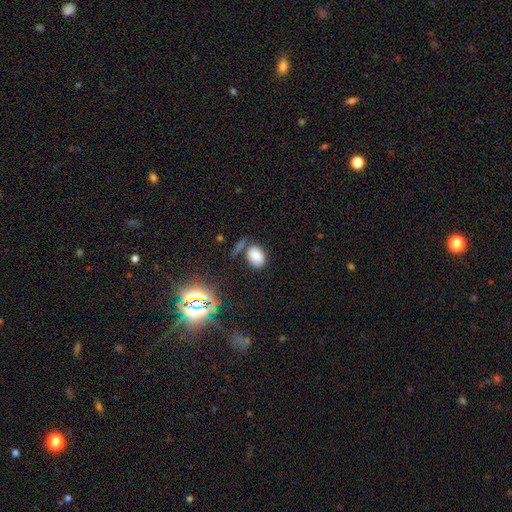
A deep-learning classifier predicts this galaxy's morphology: smooth 79%, star or artifact 14%, featured or disk 7%. Down the decision tree: how rounded — in between (82%); merging — none (67%).